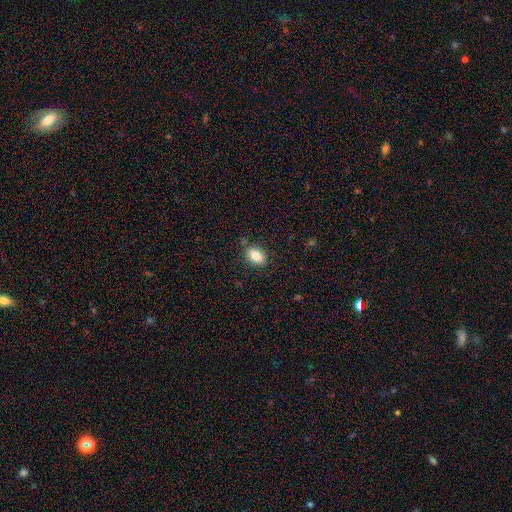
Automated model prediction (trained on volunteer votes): Overall: smooth (84%). How rounded: in between (84%). Merging: none (84%).